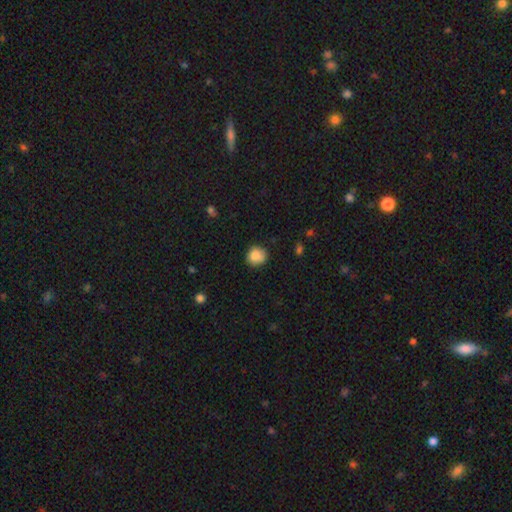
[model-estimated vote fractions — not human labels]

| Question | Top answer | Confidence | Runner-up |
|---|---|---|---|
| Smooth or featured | smooth | 86% | star or artifact (9%) |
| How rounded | round | 80% | in between (19%) |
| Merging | none | 76% | minor disturbance (18%) |